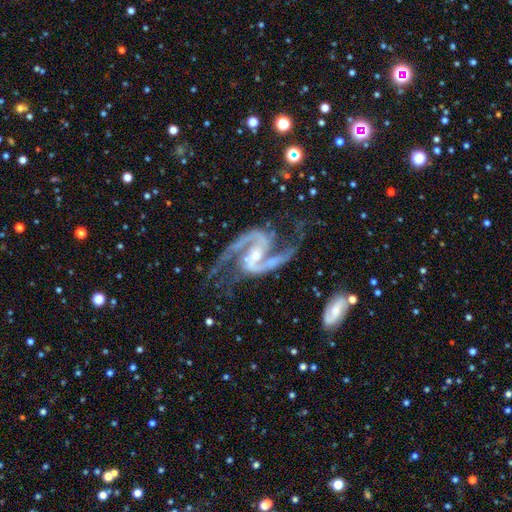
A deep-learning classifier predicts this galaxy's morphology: Overall: featured or disk (94%). Edge-on disk: no (98%). Bar: weak (36%; no 33%). Spiral arms: yes (99%). Spiral arm count: 2 (92%). Spiral winding: medium (58%; loose 29%). Bulge size: small (58%; moderate 38%). Merging: none (59%; minor disturbance 19%).